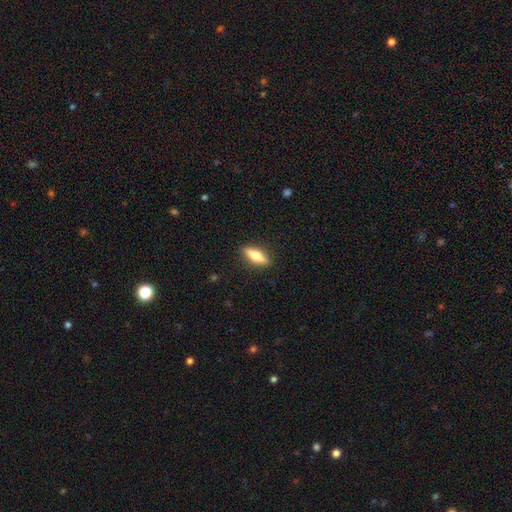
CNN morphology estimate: Smooth or featured?
  - smooth: 54% *
  - featured or disk: 40%
  - star or artifact: 6%
How rounded?
  - cigar-shaped: 51% *
  - in between: 46%
  - round: 3%
Merging?
  - none: 89% *
  - minor disturbance: 8%
  - major disturbance: 2%
  - merger: 1%